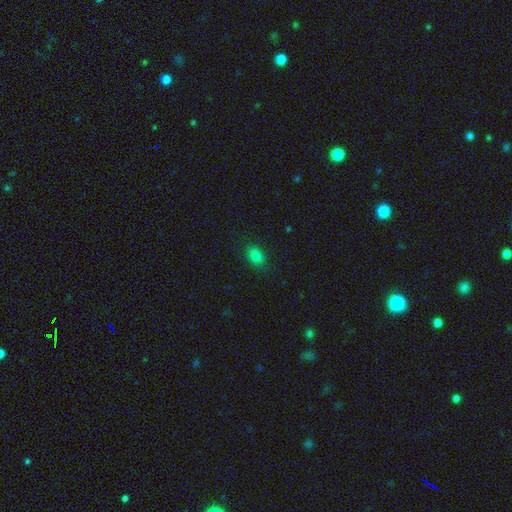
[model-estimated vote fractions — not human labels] A smooth galaxy with no disk features (83%) that is in between round and cigar-shaped (80%).

Vote fractions:
- Smooth or featured? smooth: 83% / star or artifact: 12% / featured or disk: 5%
- How rounded? in between: 80% / round: 18% / cigar-shaped: 1%
- Merging? none: 83% / minor disturbance: 13% / major disturbance: 3% / merger: 1%